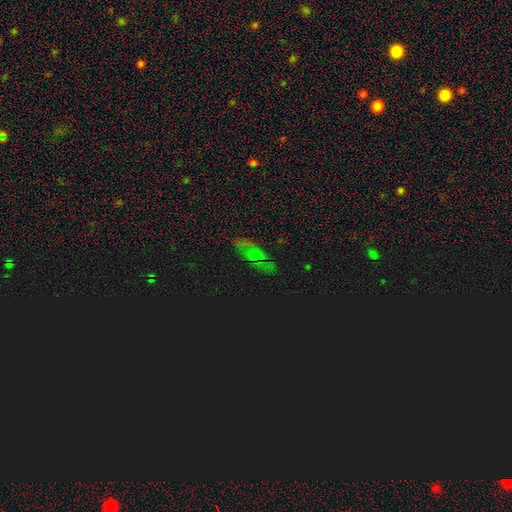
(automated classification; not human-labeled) smooth-or-featured: star or artifact: 46% | smooth: 33% | featured or disk: 21%